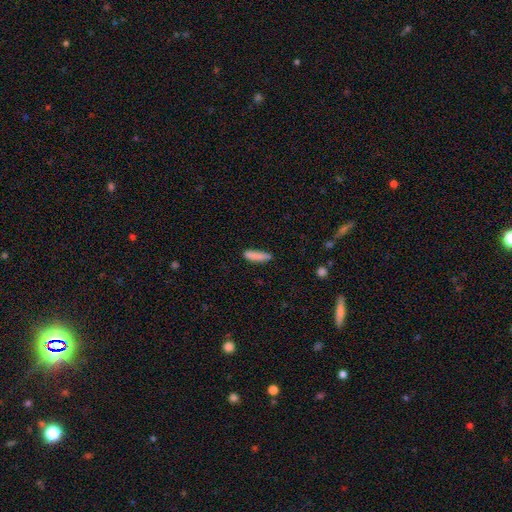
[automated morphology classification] This is clearly a smooth galaxy (86%). How rounded: likely cigar-shaped (70%). Merging: likely none (74%).